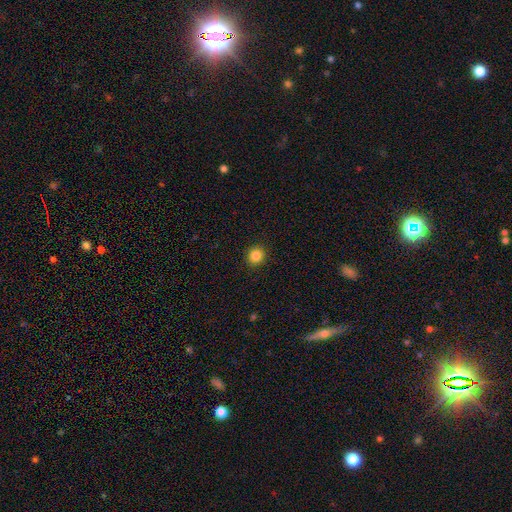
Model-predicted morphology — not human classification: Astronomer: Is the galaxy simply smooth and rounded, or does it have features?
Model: smooth — 85%.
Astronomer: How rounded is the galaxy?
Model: round — 88%.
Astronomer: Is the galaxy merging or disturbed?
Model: none — 92%.